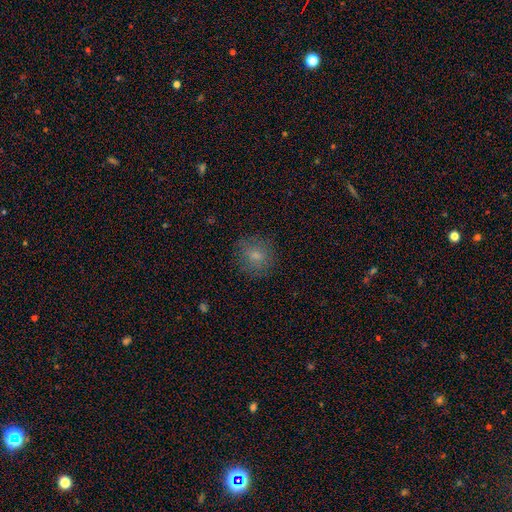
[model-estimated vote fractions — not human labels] Smooth or featured?
  - smooth: 75% *
  - featured or disk: 15%
  - star or artifact: 11%
How rounded?
  - round: 78% *
  - in between: 21%
  - cigar-shaped: 1%
Merging?
  - none: 80% *
  - minor disturbance: 13%
  - major disturbance: 5%
  - merger: 1%